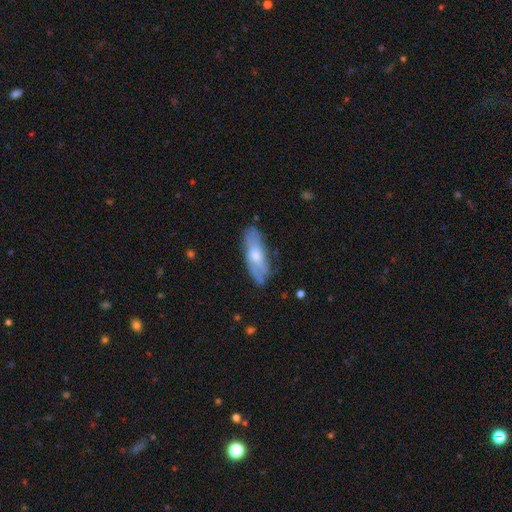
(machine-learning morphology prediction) smooth-or-featured: smooth: 51% | featured or disk: 43% | star or artifact: 6%
  how-rounded: in between: 58% | cigar-shaped: 39% | round: 2%
  merging: none: 71% | minor disturbance: 22% | major disturbance: 5% | merger: 2%